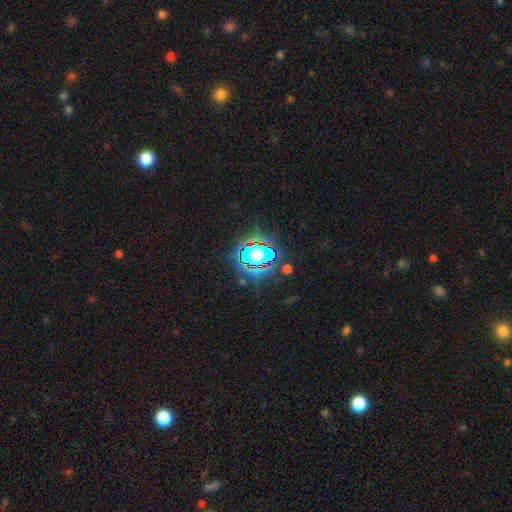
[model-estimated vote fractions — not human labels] The model was most divided on "smooth or featured": star or artifact: 57%, smooth: 26%, featured or disk: 17%.